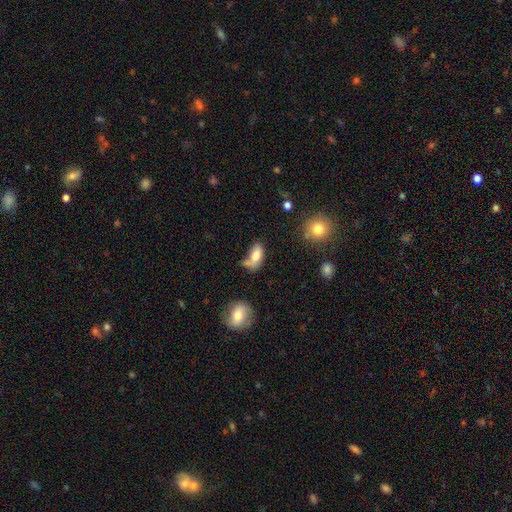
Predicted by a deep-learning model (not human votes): Smooth or featured? smooth (76%)
How rounded? in between (88%)
Merging? none (37%)